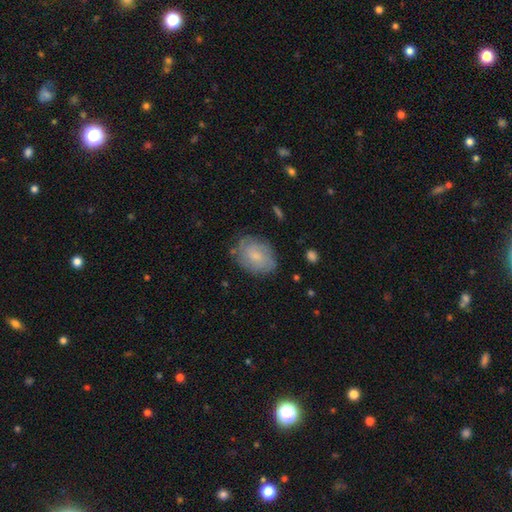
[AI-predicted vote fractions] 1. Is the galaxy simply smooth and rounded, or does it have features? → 54% smooth, 39% featured or disk, 8% star or artifact.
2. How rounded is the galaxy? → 74% in between, 25% round, 1% cigar-shaped.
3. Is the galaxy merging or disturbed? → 73% none, 20% minor disturbance, 6% major disturbance, 2% merger.